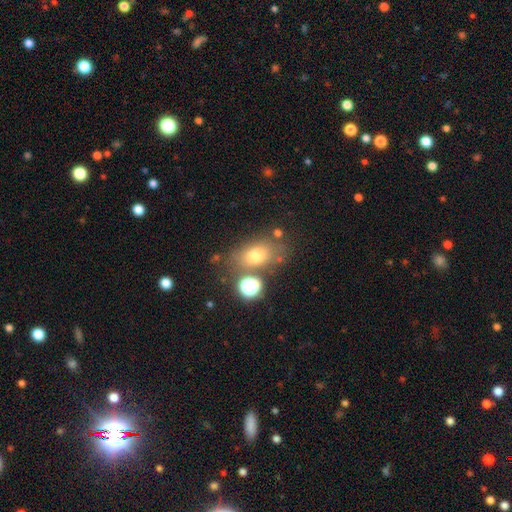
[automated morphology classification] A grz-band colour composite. It shows a smooth galaxy with no disk features (71%) that is in between round and cigar-shaped (74%). Merging: none (65%).